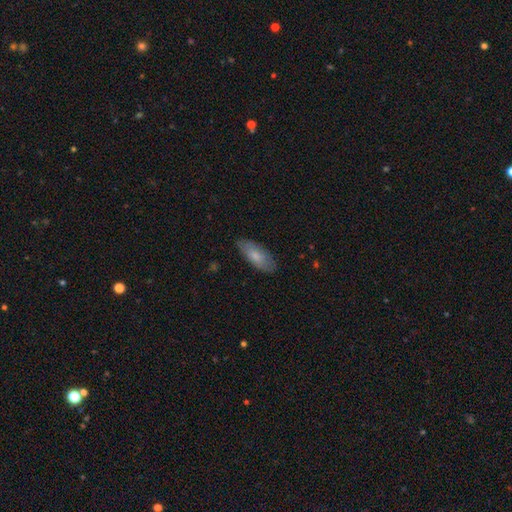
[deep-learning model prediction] Smooth or featured? Predicted: smooth (p=0.76). How rounded? Predicted: in between (p=0.79). Merging? Predicted: none (p=0.81).